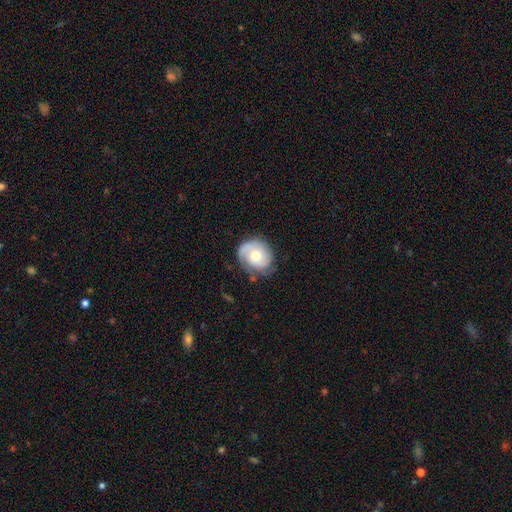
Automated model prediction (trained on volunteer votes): The model was most divided on "smooth or featured": featured or disk: 60%, smooth: 34%, star or artifact: 6%. More confident: edge-on disk — no (97%); spiral arms — yes (83%); bar — no (79%); bulge size — moderate (73%); merging — none (66%).